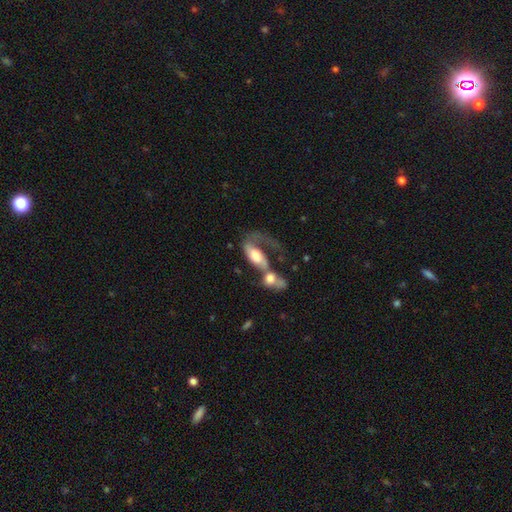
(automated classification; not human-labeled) The model was most divided on "smooth or featured": featured or disk: 53%, smooth: 40%, star or artifact: 8%. More confident: edge-on disk — no (89%); merging — merger (64%).